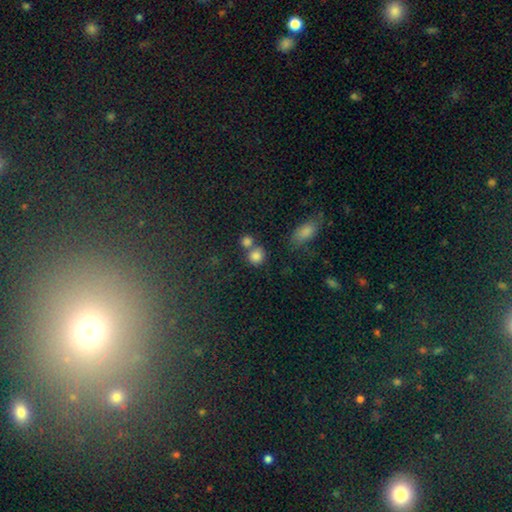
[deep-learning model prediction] The model was most divided on "merging": none: 55%, merger: 32%, minor disturbance: 9%, major disturbance: 4%. More confident: how rounded — round (85%); smooth or featured — smooth (81%).